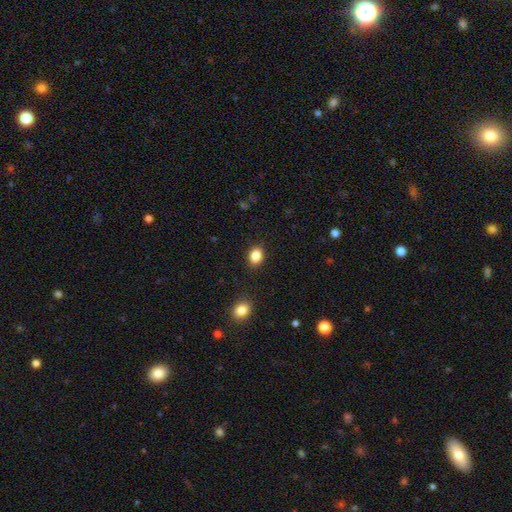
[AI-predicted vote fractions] Q: Smooth or featured?
A: smooth (85%); runner-up: star or artifact (10%)
Q: How rounded?
A: in between (61%); runner-up: round (37%)
Q: Merging?
A: none (88%); runner-up: minor disturbance (8%)